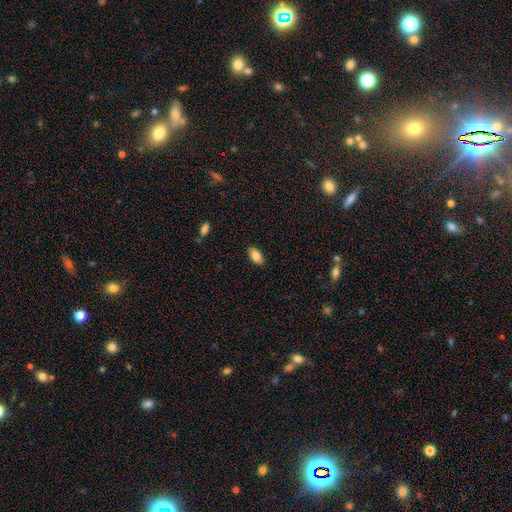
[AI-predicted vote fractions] Overall: smooth (84%). How rounded: in between (92%). Merging: none (88%).